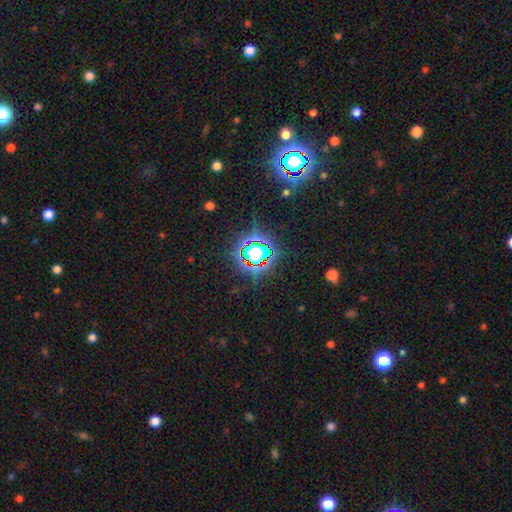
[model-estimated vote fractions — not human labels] This is likely a star or artifact rather than a galaxy (79%).